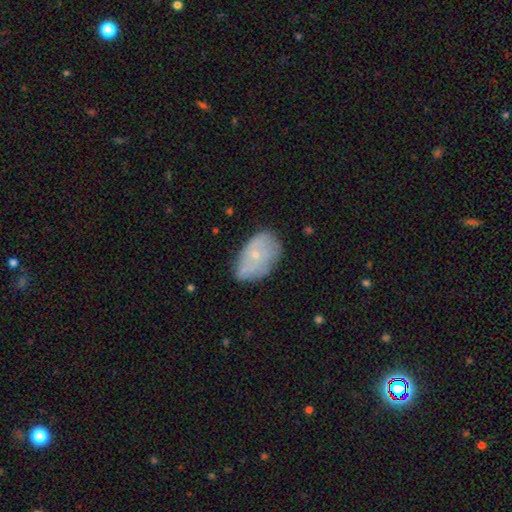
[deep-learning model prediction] smooth 53%, featured or disk 39%, star or artifact 8%. Down the decision tree: how rounded — in between (89%); merging — none (58%).